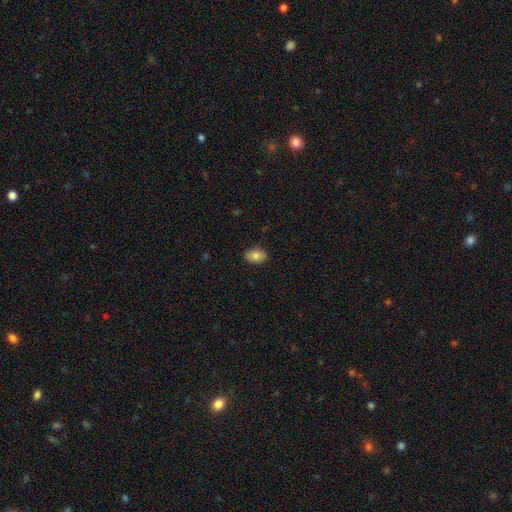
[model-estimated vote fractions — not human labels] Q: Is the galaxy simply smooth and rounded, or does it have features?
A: smooth — 83%.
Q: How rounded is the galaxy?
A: in between — 81%.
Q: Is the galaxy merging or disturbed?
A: none — 88%.